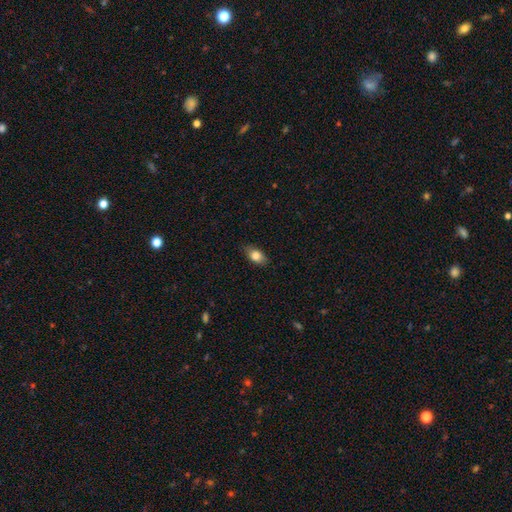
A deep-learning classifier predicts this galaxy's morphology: A smooth galaxy with no disk features (81%) that is in between round and cigar-shaped (85%).

Vote fractions:
- Smooth or featured? smooth: 81% / featured or disk: 12% / star or artifact: 8%
- How rounded? in between: 85% / round: 11% / cigar-shaped: 4%
- Merging? none: 82% / minor disturbance: 14% / major disturbance: 3% / merger: 1%